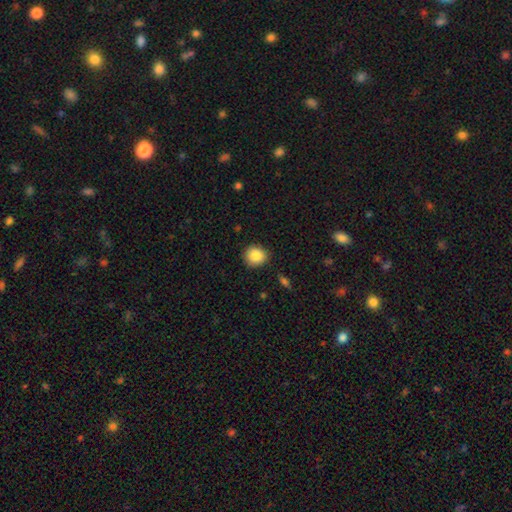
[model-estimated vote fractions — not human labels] This is clearly a smooth galaxy (88%). How rounded: clearly round (86%). Merging: clearly none (86%).